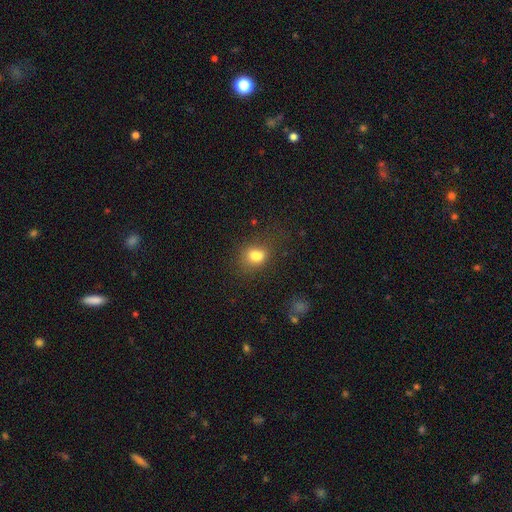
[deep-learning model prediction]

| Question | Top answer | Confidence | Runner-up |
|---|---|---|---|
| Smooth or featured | smooth | 78% | star or artifact (13%) |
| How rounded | in between | 54% | round (45%) |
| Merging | none | 60% | minor disturbance (20%) |